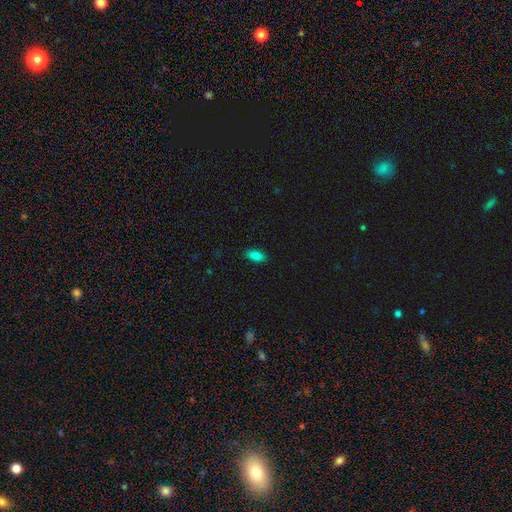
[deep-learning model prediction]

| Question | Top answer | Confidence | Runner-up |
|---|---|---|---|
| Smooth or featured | smooth | 85% | star or artifact (9%) |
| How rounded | in between | 89% | cigar-shaped (9%) |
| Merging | none | 88% | minor disturbance (9%) |